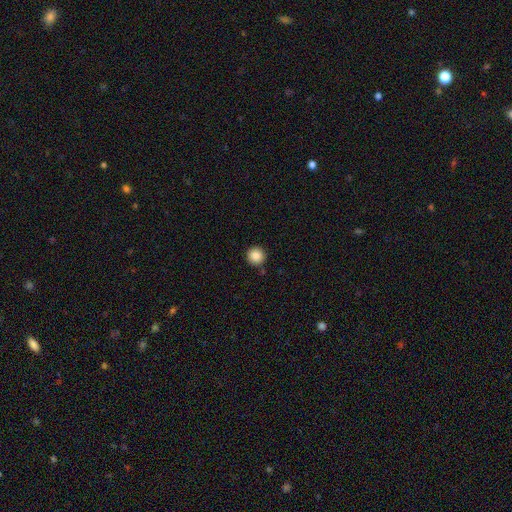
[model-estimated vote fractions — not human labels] This appears to be a smooth galaxy with no disk features (87%) that is round (96%). Merging: none (88%).